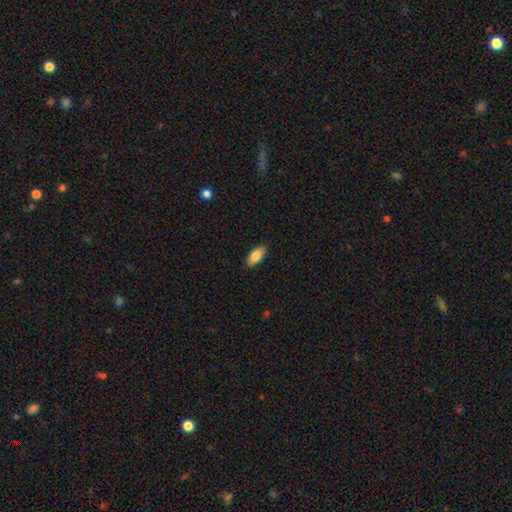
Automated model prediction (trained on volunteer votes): Smooth or featured? smooth (84%)
How rounded? in between (88%)
Merging? none (88%)